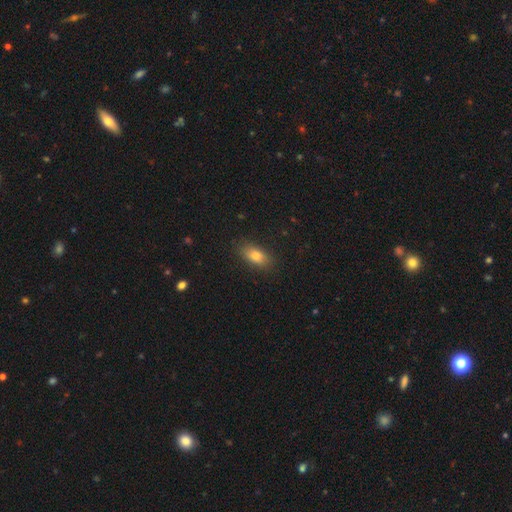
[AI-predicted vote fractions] Smooth or featured? smooth (81%)
How rounded? in between (84%)
Merging? none (85%)